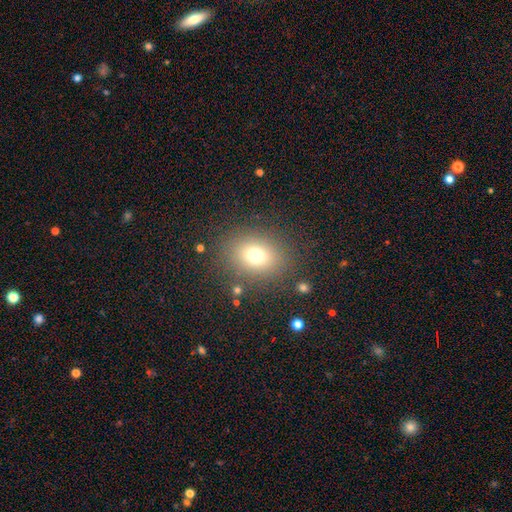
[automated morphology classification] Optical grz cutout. It shows a smooth galaxy with no disk features (72%) that is round (56%). Merging: none (83%).